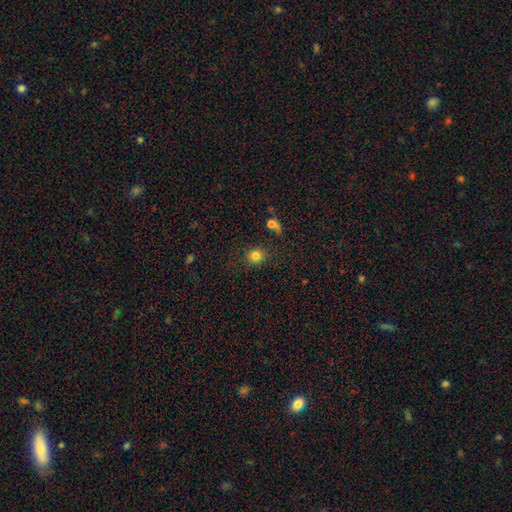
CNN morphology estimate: Overall: smooth (80%). How rounded: round (86%). Merging: none (84%).